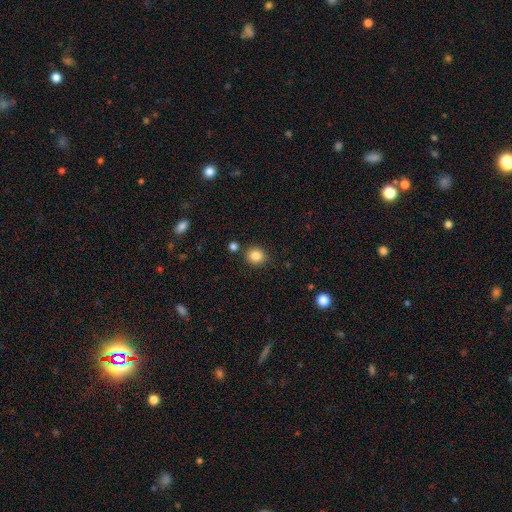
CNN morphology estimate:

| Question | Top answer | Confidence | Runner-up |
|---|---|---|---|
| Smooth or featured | smooth | 85% | star or artifact (11%) |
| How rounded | round | 81% | in between (18%) |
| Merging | none | 85% | minor disturbance (8%) |